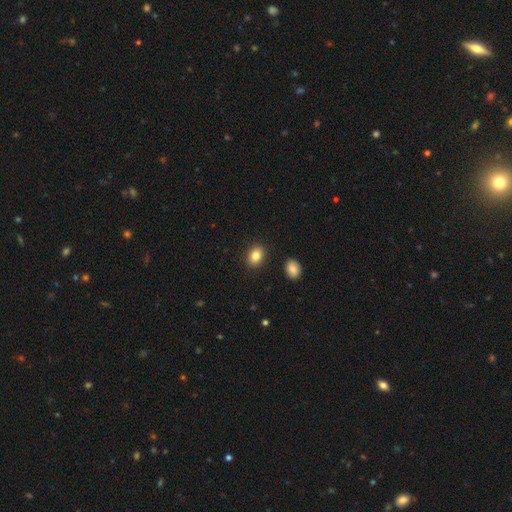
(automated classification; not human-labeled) smooth_or_featured: smooth (p=0.85) [alt: star or artifact p=0.09]
how_rounded: in between (p=0.65) [alt: round p=0.34]
merging: none (p=0.89) [alt: minor disturbance p=0.07]